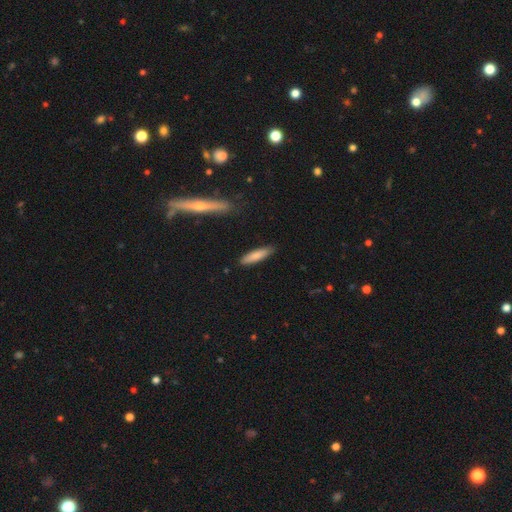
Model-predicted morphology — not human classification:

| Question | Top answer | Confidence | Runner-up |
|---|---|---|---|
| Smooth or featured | smooth | 81% | featured or disk (13%) |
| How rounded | cigar-shaped | 72% | in between (26%) |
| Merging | none | 87% | minor disturbance (10%) |